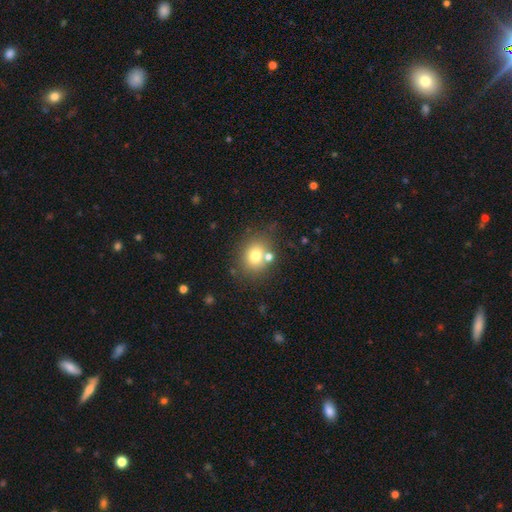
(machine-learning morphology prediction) A smooth galaxy with no disk features (74%) that is round (68%).

Vote fractions:
- Smooth or featured? smooth: 74% / featured or disk: 13% / star or artifact: 13%
- How rounded? round: 68% / in between: 31% / cigar-shaped: 1%
- Merging? none: 68% / merger: 15% / minor disturbance: 12% / major disturbance: 5%